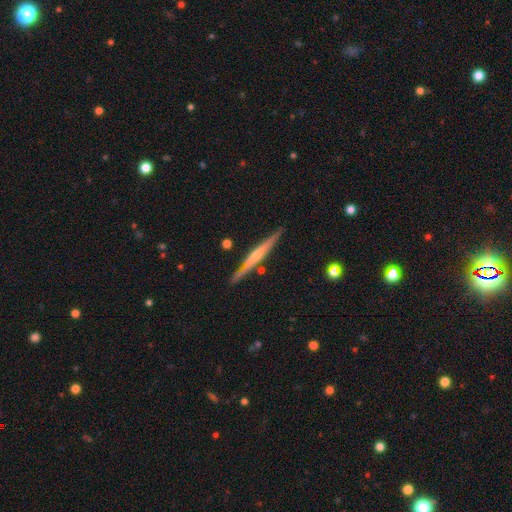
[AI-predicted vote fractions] This appears to be a featured or disk galaxy (68%) viewed edge-on (96%) with a rounded central bulge (45%). Merging: none (83%).